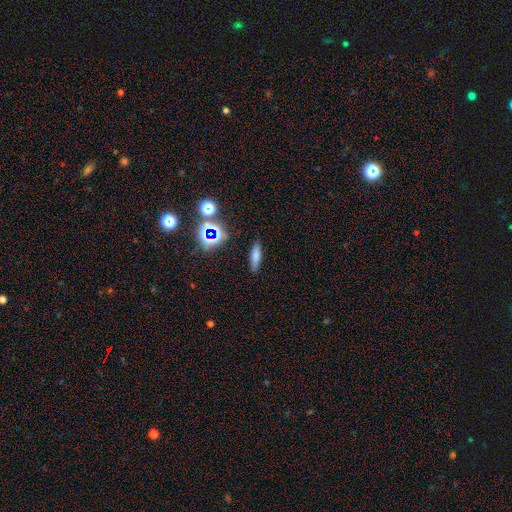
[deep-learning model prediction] A smooth galaxy with no disk features (68%) that is cigar-shaped (54%).

Vote fractions:
- Smooth or featured? smooth: 68% / star or artifact: 18% / featured or disk: 14%
- How rounded? cigar-shaped: 54% / in between: 41% / round: 5%
- Merging? none: 85% / minor disturbance: 10% / major disturbance: 3% / merger: 2%